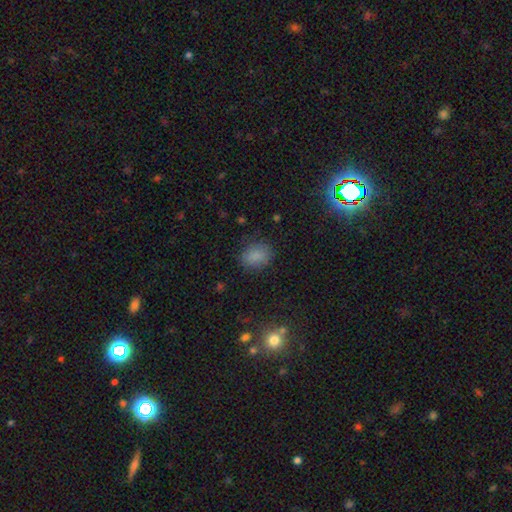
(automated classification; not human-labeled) This appears to be a smooth galaxy with no disk features (82%) that is in between round and cigar-shaped (58%). Merging: none (81%).